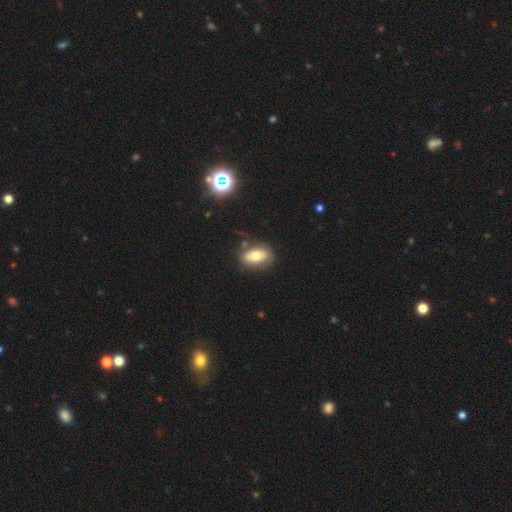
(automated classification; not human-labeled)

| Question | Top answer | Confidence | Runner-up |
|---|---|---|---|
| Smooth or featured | smooth | 64% | featured or disk (27%) |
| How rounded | in between | 87% | round (9%) |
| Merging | none | 69% | minor disturbance (18%) |